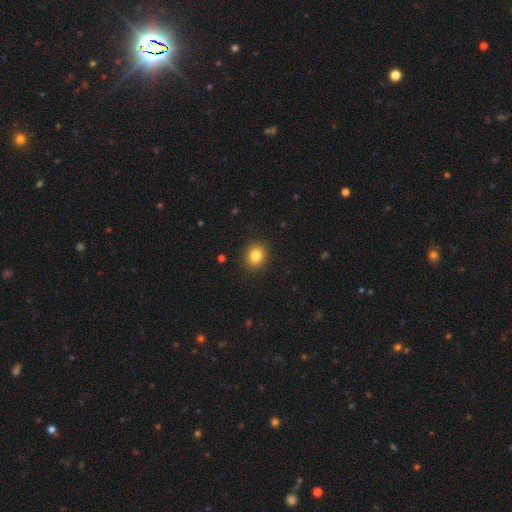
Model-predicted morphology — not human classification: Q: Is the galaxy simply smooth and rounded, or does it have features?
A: smooth — 83%.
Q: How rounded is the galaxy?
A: round — 76%.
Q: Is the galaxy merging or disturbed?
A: none — 91%.